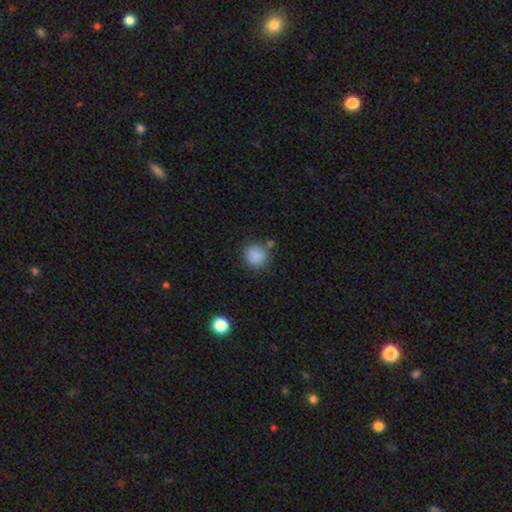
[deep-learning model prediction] Smooth or featured? Predicted: smooth (p=0.86). How rounded? Predicted: round (p=0.86). Merging? Predicted: none (p=0.71).